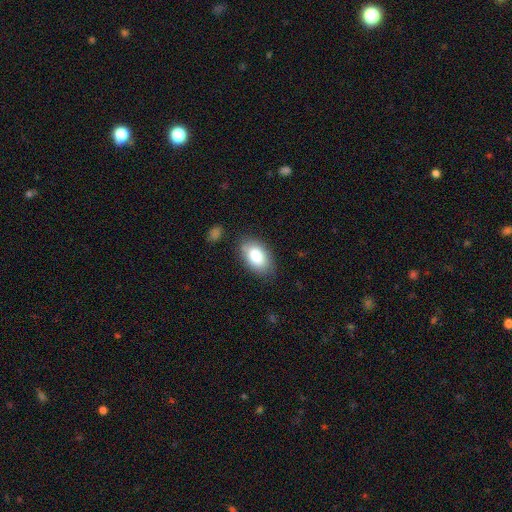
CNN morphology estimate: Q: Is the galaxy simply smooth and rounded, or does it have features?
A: smooth — 82%.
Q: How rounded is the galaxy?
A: in between — 92%.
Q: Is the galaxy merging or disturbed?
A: none — 77%.